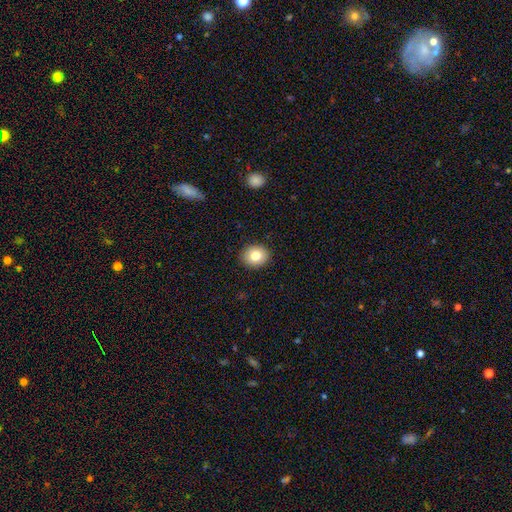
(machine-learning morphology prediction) smooth_or_featured: smooth (p=0.80) [alt: featured or disk p=0.10]
how_rounded: round (p=0.63) [alt: in between p=0.36]
merging: none (p=0.90) [alt: minor disturbance p=0.07]